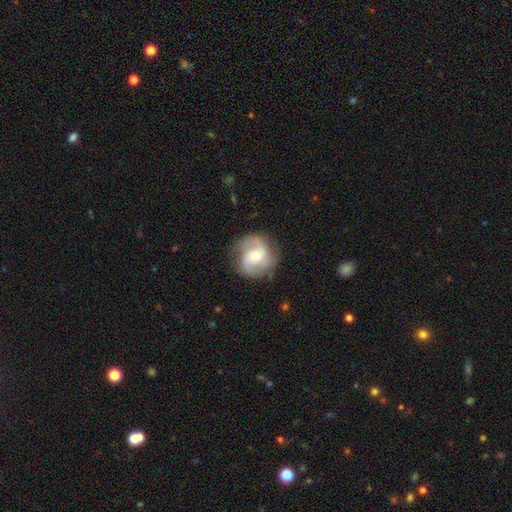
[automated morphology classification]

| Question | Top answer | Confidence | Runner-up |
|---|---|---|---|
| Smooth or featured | featured or disk | 76% | smooth (18%) |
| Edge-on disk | no | 98% | yes (2%) |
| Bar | no | 54% | weak (36%) |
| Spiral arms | yes | 93% | no (7%) |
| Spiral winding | medium | 49% | tight (30%) |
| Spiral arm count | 2 | 75% | 3 (9%) |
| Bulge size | moderate | 49% | small (46%) |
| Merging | none | 77% | minor disturbance (15%) |